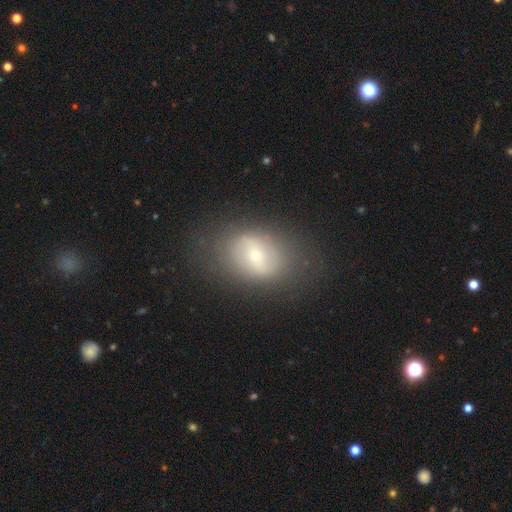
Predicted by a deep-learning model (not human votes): Q: Smooth or featured?
A: featured or disk (49%); runner-up: smooth (41%)
Q: Merging?
A: none (75%); runner-up: minor disturbance (16%)